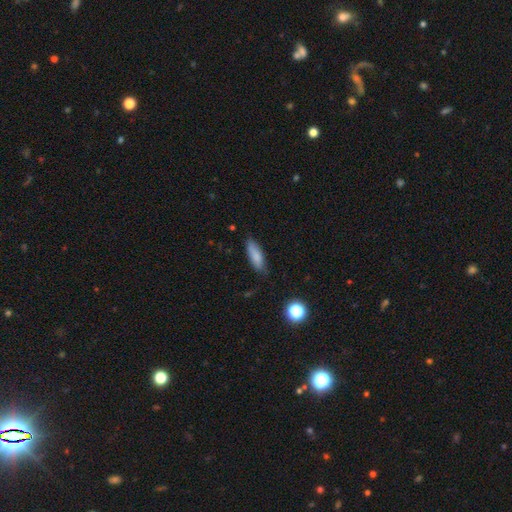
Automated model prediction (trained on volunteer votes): This is clearly a smooth galaxy (82%). How rounded: possibly in between (56%). Merging: likely none (77%).